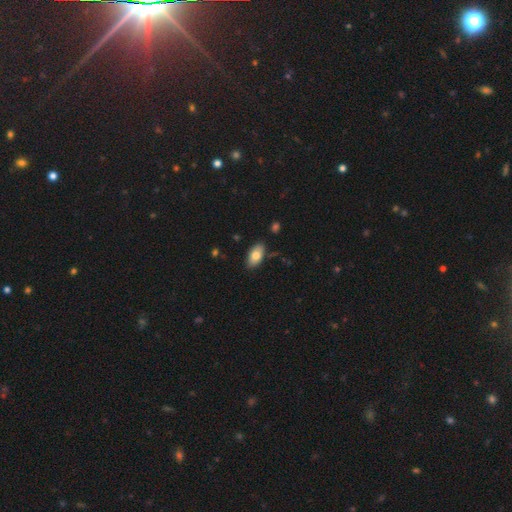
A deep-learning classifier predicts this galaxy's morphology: A smooth galaxy with no disk features (78%) that is in between round and cigar-shaped (92%).

Vote fractions:
- Smooth or featured? smooth: 78% / featured or disk: 15% / star or artifact: 7%
- How rounded? in between: 92% / cigar-shaped: 4% / round: 3%
- Merging? none: 84% / minor disturbance: 12% / major disturbance: 2% / merger: 2%